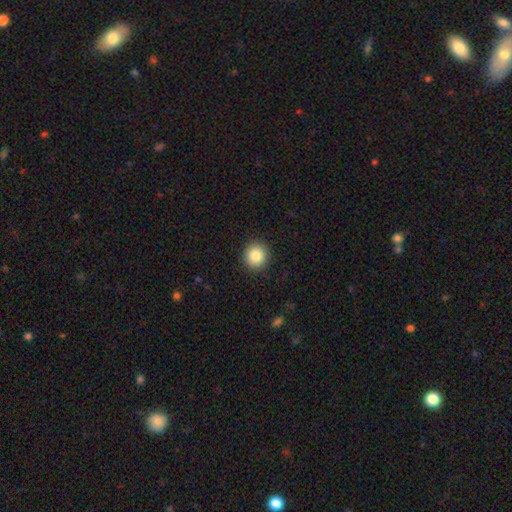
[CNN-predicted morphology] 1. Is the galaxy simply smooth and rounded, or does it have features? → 85% smooth, 9% star or artifact, 6% featured or disk.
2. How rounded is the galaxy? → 90% round, 10% in between, 1% cigar-shaped.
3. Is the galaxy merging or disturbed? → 91% none, 6% minor disturbance, 2% major disturbance, 1% merger.